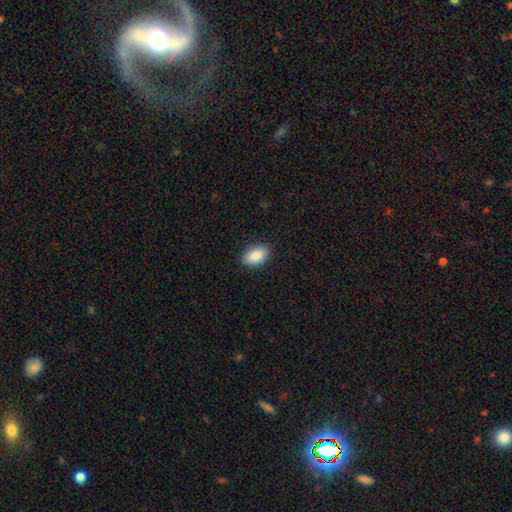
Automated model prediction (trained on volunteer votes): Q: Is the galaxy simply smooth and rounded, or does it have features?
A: smooth — 89%.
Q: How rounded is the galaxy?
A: in between — 93%.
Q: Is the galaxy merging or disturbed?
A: none — 89%.